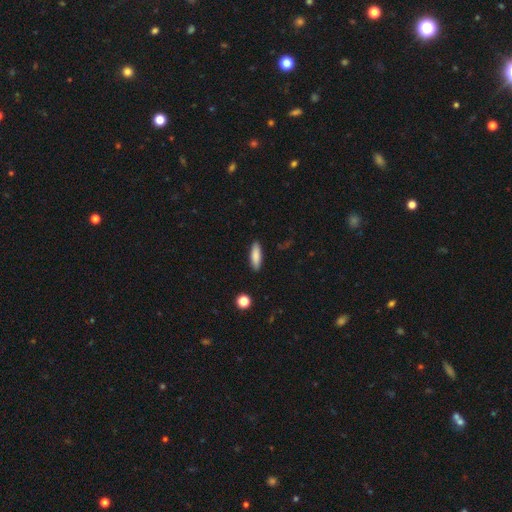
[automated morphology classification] Smooth or featured? Predicted: smooth (p=0.85). How rounded? Predicted: cigar-shaped (p=0.54). Merging? Predicted: none (p=0.89).